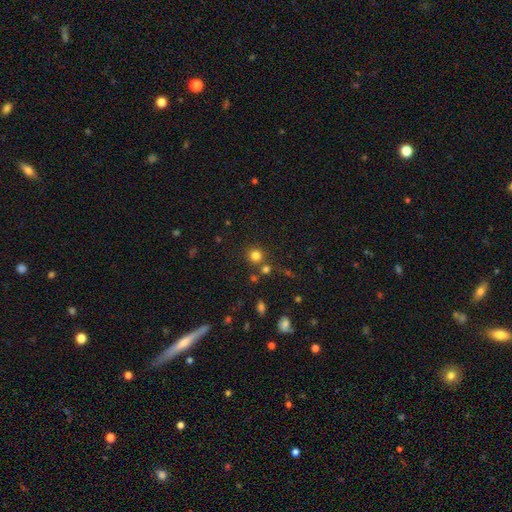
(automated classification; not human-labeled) A smooth galaxy with no disk features (79%) that is round (91%).

Vote fractions:
- Smooth or featured? smooth: 79% / star or artifact: 16% / featured or disk: 6%
- How rounded? round: 91% / in between: 8% / cigar-shaped: 1%
- Merging? none: 76% / merger: 12% / minor disturbance: 8% / major disturbance: 4%